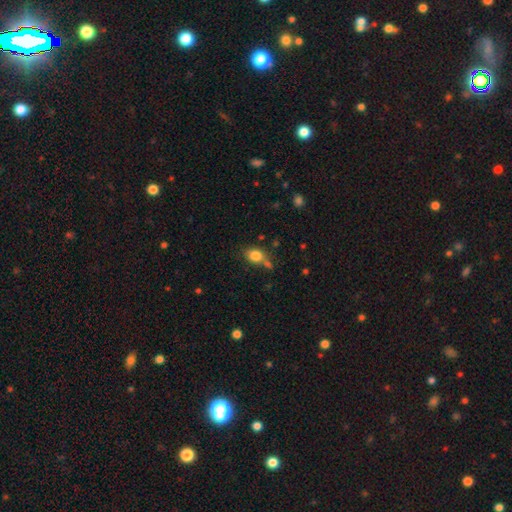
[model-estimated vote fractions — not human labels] Smooth or featured? Predicted: smooth (p=0.81). How rounded? Predicted: round (p=0.51). Merging? Predicted: none (p=0.57).